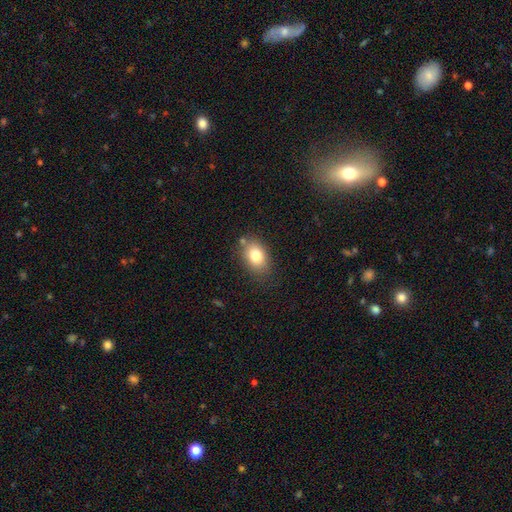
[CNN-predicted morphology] Q: Smooth or featured?
A: smooth (78%); runner-up: featured or disk (12%)
Q: How rounded?
A: in between (81%); runner-up: round (17%)
Q: Merging?
A: none (76%); runner-up: minor disturbance (15%)